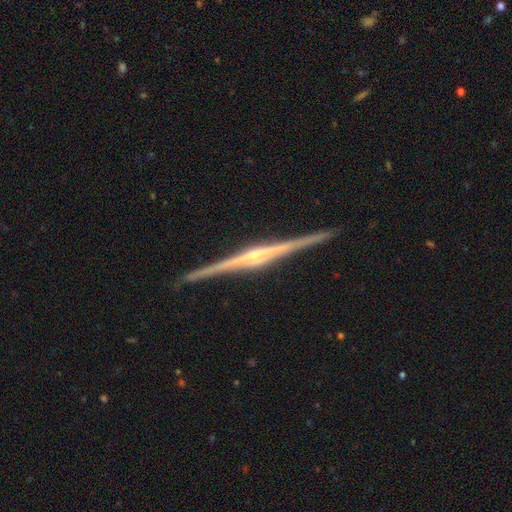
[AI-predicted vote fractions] Q: Smooth or featured?
A: featured or disk (90%); runner-up: smooth (5%)
Q: Edge-on disk?
A: yes (99%); runner-up: no (1%)
Q: Edge-on bulge?
A: rounded (68%); runner-up: boxy (18%)
Q: Merging?
A: none (92%); runner-up: minor disturbance (6%)